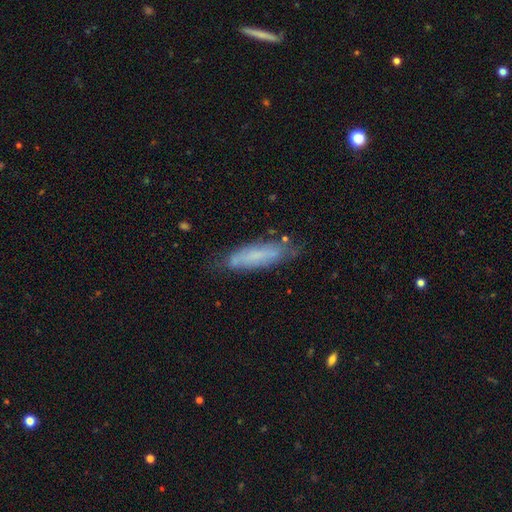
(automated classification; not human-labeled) Q: Smooth or featured?
A: smooth (58%); runner-up: featured or disk (34%)
Q: How rounded?
A: cigar-shaped (61%); runner-up: in between (37%)
Q: Merging?
A: none (67%); runner-up: minor disturbance (24%)